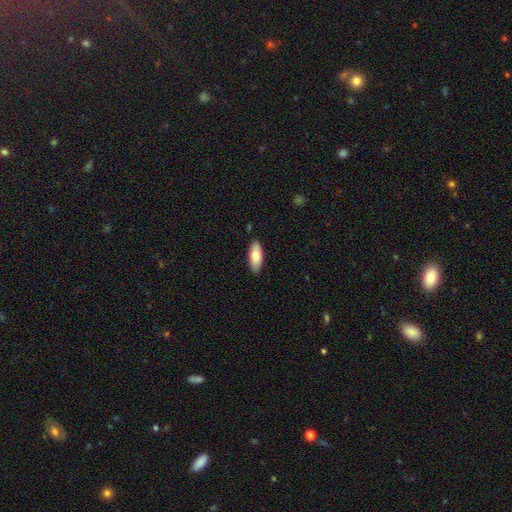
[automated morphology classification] Smooth or featured? smooth (78%)
How rounded? in between (77%)
Merging? none (87%)